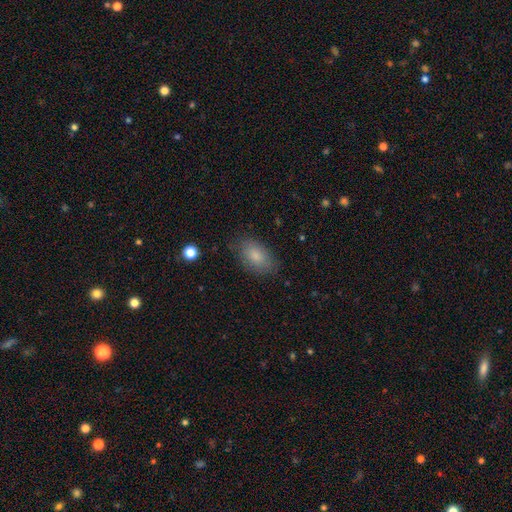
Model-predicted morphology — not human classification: smooth-or-featured: smooth: 83% | featured or disk: 9% | star or artifact: 7%
  how-rounded: in between: 92% | round: 6% | cigar-shaped: 2%
  merging: none: 80% | minor disturbance: 15% | major disturbance: 4% | merger: 1%